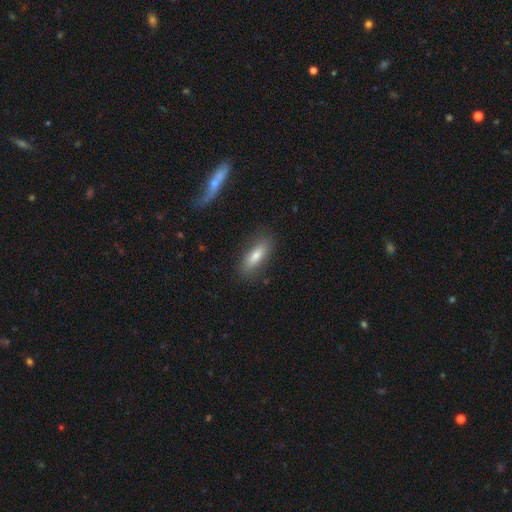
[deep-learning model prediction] Smooth or featured?
  - smooth: 73% *
  - featured or disk: 19%
  - star or artifact: 8%
How rounded?
  - in between: 63% *
  - cigar-shaped: 35%
  - round: 3%
Merging?
  - none: 81% *
  - minor disturbance: 13%
  - major disturbance: 4%
  - merger: 3%